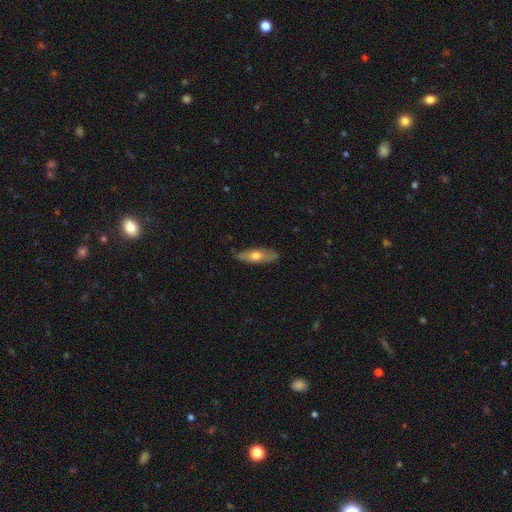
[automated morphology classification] smooth-or-featured: smooth: 56% | featured or disk: 38% | star or artifact: 6%
  how-rounded: in between: 50% | cigar-shaped: 48% | round: 3%
  merging: none: 76% | minor disturbance: 20% | major disturbance: 3% | merger: 1%